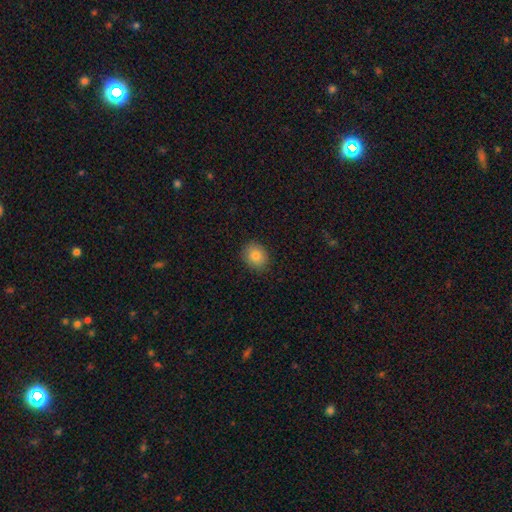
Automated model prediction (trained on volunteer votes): This appears to be a smooth galaxy with no disk features (84%) that is round (62%). Merging: none (88%).